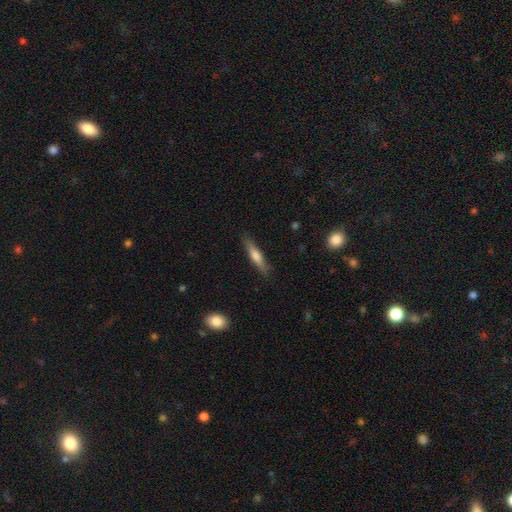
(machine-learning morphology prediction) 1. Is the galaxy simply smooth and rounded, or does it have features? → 56% smooth, 38% featured or disk, 6% star or artifact.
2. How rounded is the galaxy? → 86% cigar-shaped, 13% in between, 2% round.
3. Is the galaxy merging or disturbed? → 86% none, 11% minor disturbance, 2% major disturbance, 1% merger.